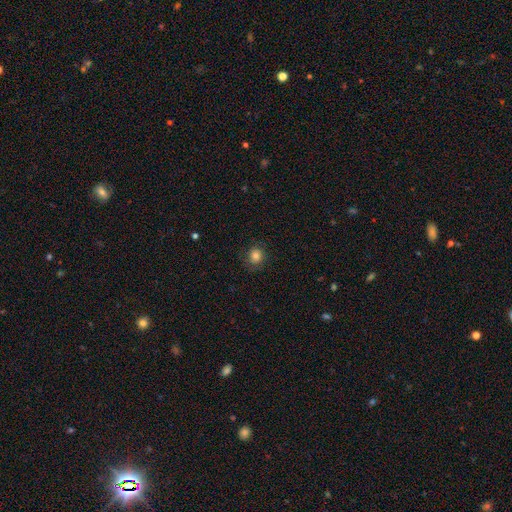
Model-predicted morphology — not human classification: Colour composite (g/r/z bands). It shows a smooth galaxy with no disk features (81%) that is round (79%). Merging: none (79%).